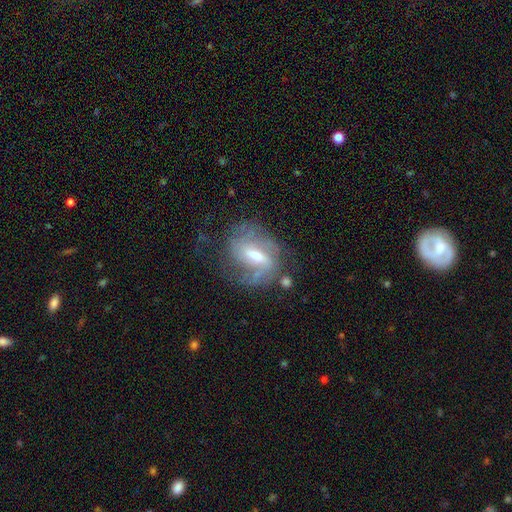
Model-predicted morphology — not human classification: A featured or disk galaxy (77%) with a weak bar (47%), 2 (53%) medium (42%) spiral arms (87%) and a moderate central bulge (59%). Merging: none (60%).